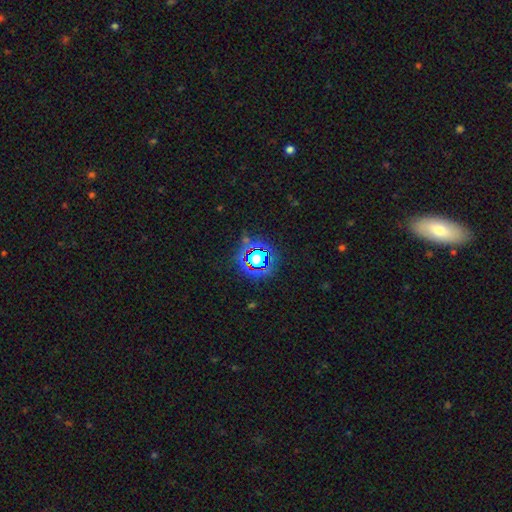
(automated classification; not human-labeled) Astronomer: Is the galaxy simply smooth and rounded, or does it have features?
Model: star or artifact — 77%.